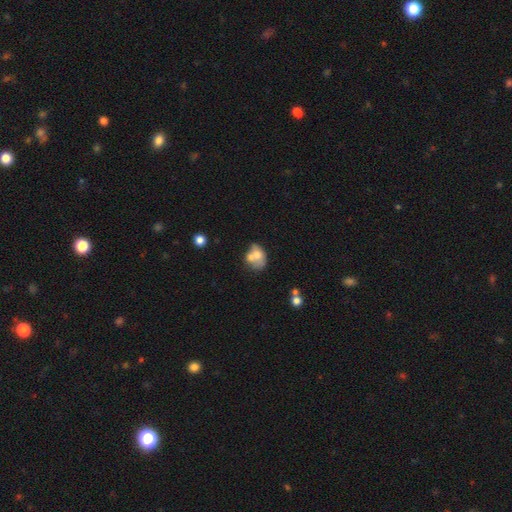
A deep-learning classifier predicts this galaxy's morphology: A smooth galaxy with no disk features (60%) that is in between round and cigar-shaped (62%). Merging: merger (49%).